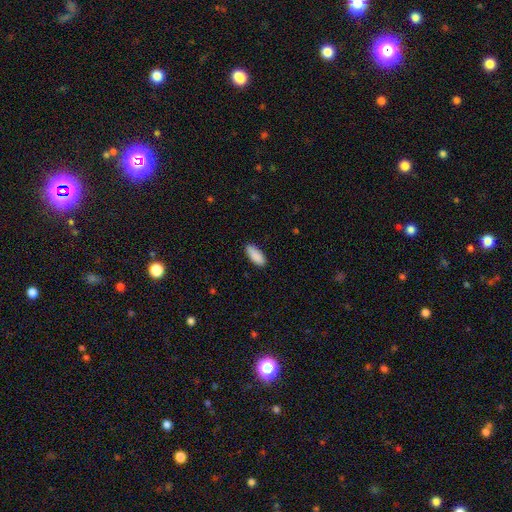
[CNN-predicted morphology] smooth_or_featured: smooth (p=0.90) [alt: star or artifact p=0.06]
how_rounded: in between (p=0.75) [alt: cigar-shaped p=0.23]
merging: none (p=0.86) [alt: minor disturbance p=0.11]